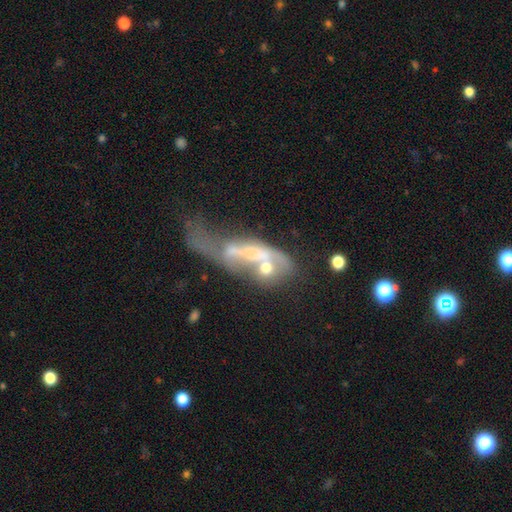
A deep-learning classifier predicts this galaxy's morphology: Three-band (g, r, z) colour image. It shows a featured or disk galaxy (56%). Merging: merger (39%).